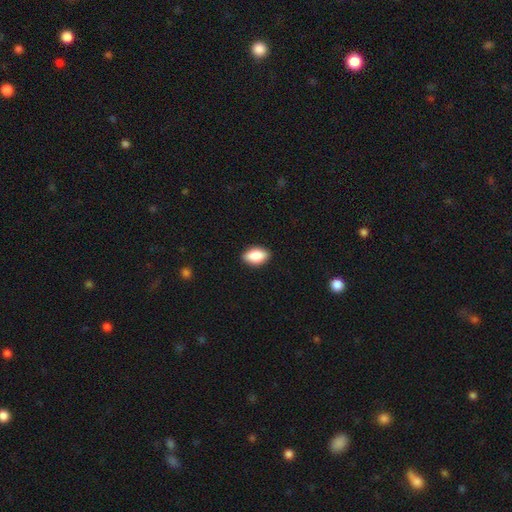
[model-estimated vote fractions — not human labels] Overall: smooth (85%). How rounded: in between (91%). Merging: none (89%).